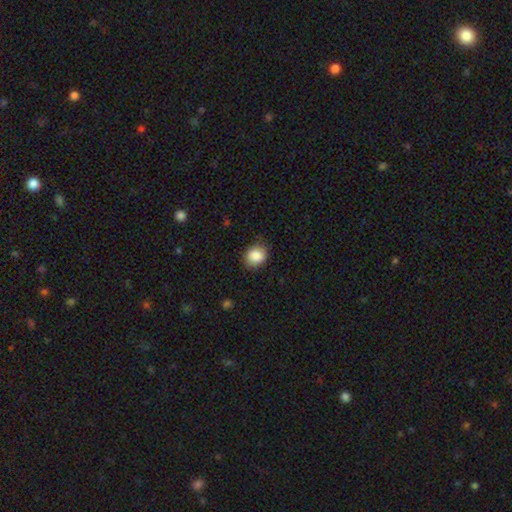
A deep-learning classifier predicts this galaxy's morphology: Smooth or featured? Predicted: smooth (p=0.86). How rounded? Predicted: round (p=0.62). Merging? Predicted: none (p=0.80).